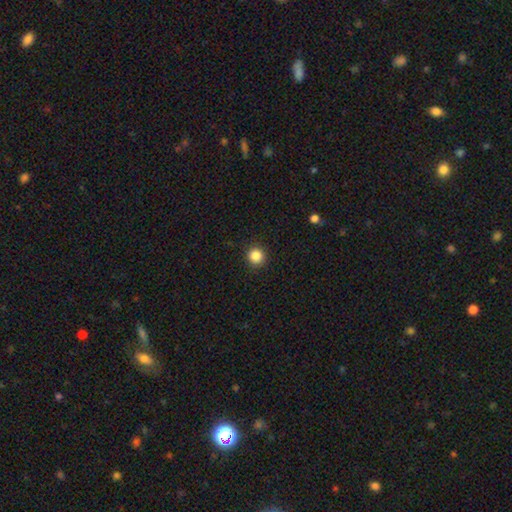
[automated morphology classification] smooth_or_featured: smooth (p=0.85) [alt: star or artifact p=0.11]
how_rounded: round (p=0.95) [alt: in between p=0.04]
merging: none (p=0.92) [alt: minor disturbance p=0.05]